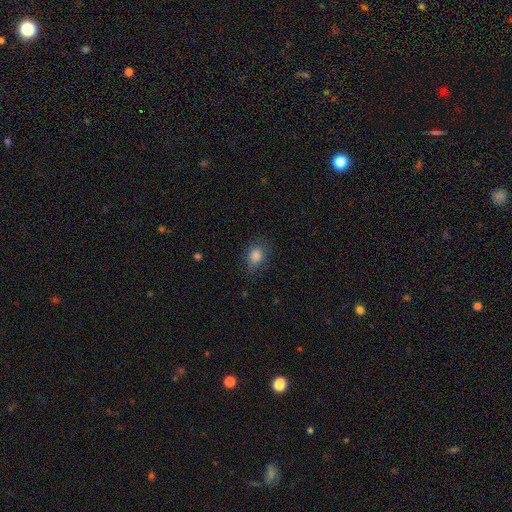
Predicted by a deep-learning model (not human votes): smooth 84%, star or artifact 10%, featured or disk 6%. Down the decision tree: how rounded — in between (62%); merging — none (74%).